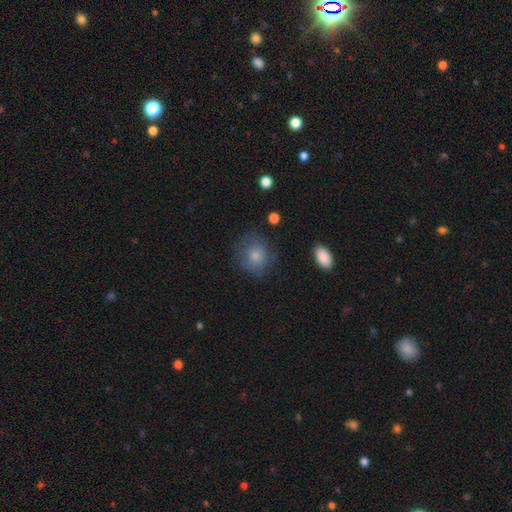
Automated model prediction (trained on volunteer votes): Q: Smooth or featured?
A: smooth (78%); runner-up: featured or disk (13%)
Q: How rounded?
A: round (77%); runner-up: in between (22%)
Q: Merging?
A: none (66%); runner-up: minor disturbance (21%)